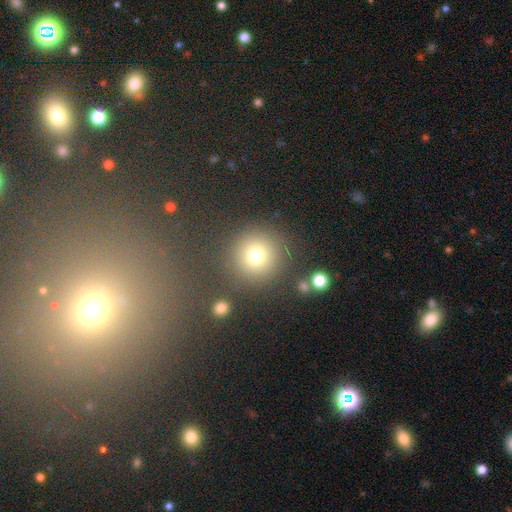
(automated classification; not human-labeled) Q: Smooth or featured?
A: smooth (75%); runner-up: star or artifact (16%)
Q: How rounded?
A: round (93%); runner-up: in between (6%)
Q: Merging?
A: none (81%); runner-up: minor disturbance (8%)